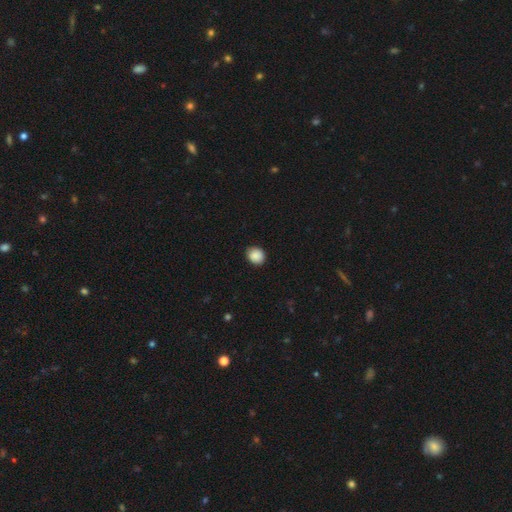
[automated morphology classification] Smooth or featured? smooth (89%)
How rounded? round (70%)
Merging? none (88%)